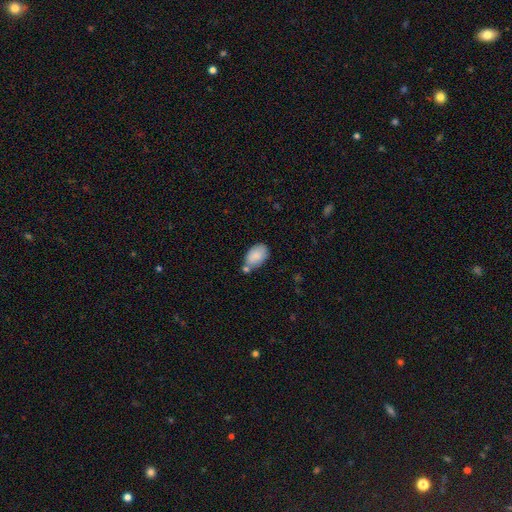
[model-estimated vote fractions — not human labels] A smooth galaxy with no disk features (84%) that is in between round and cigar-shaped (93%).

Vote fractions:
- Smooth or featured? smooth: 84% / featured or disk: 9% / star or artifact: 7%
- How rounded? in between: 93% / round: 6% / cigar-shaped: 1%
- Merging? none: 52% / merger: 23% / minor disturbance: 20% / major disturbance: 5%